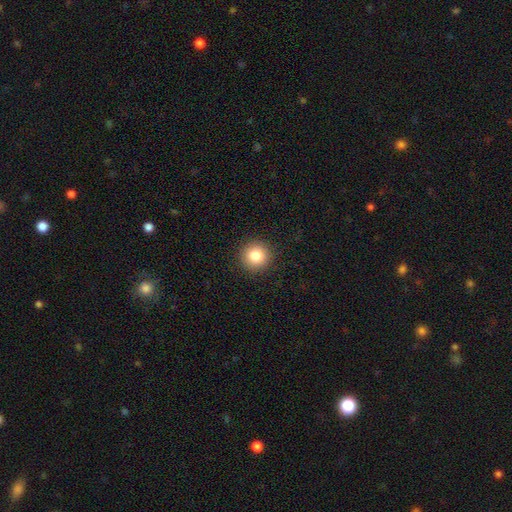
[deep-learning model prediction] smooth_or_featured: smooth (p=0.82) [alt: star or artifact p=0.11]
how_rounded: round (p=0.94) [alt: in between p=0.05]
merging: none (p=0.92) [alt: minor disturbance p=0.05]